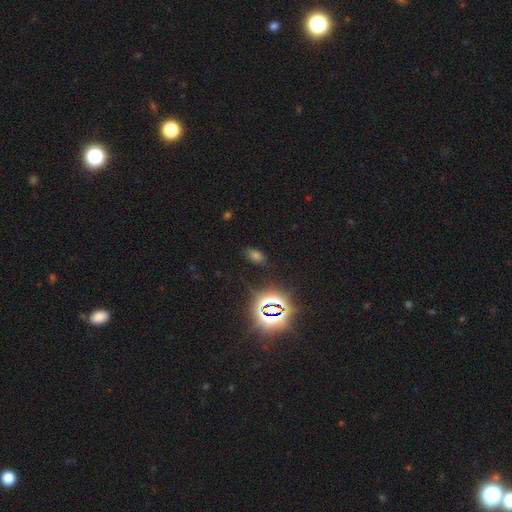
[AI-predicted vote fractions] The model was most divided on "smooth or featured": star or artifact: 48%, smooth: 43%, featured or disk: 9%.